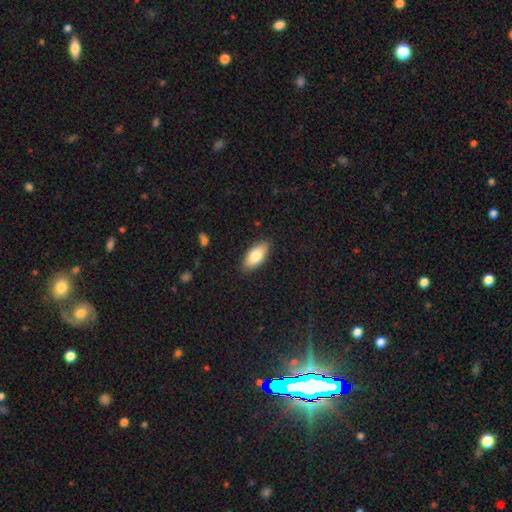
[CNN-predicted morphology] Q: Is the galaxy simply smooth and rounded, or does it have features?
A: smooth — 79%.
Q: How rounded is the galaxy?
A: in between — 88%.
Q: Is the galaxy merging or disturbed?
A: none — 87%.